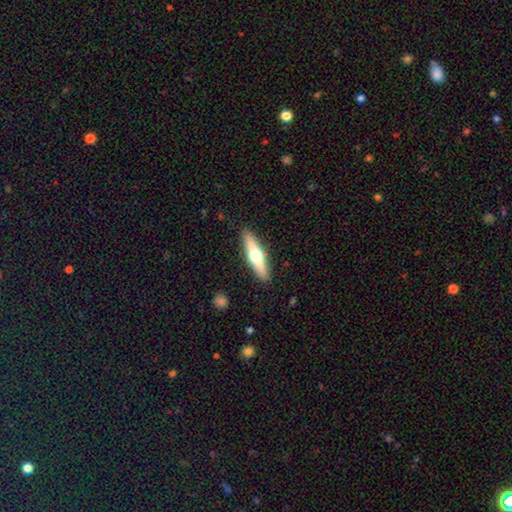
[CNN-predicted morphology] type=featured or disk (56%); edge-on=yes (94%); edge-on bulge=rounded (95%); merging=none (90%).